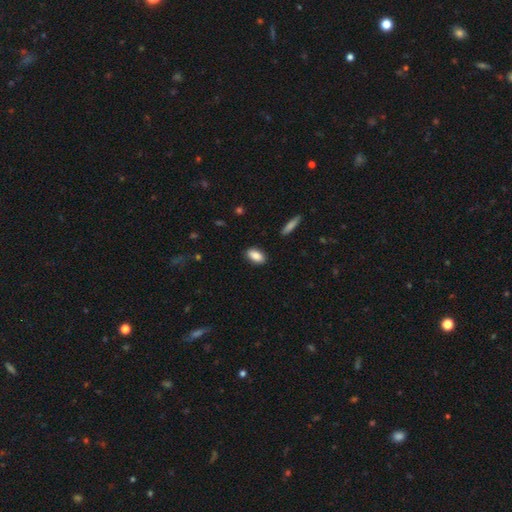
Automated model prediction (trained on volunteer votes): Q: Smooth or featured?
A: smooth (87%); runner-up: star or artifact (7%)
Q: How rounded?
A: in between (90%); runner-up: cigar-shaped (6%)
Q: Merging?
A: none (88%); runner-up: minor disturbance (9%)